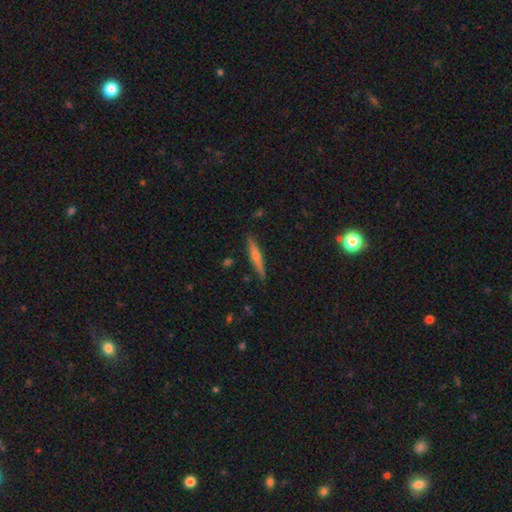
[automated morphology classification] The model was most divided on "smooth or featured": featured or disk: 54%, smooth: 39%, star or artifact: 7%. More confident: edge-on disk — yes (97%); merging — none (89%); edge-on bulge — rounded (72%).